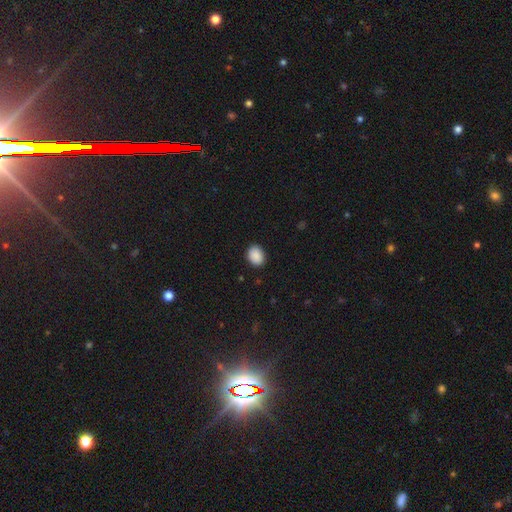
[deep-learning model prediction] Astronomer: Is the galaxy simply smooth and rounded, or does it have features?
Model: smooth — 90%.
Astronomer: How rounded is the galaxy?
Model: in between — 57% (runner-up: round, 43%).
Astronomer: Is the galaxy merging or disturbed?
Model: none — 89%.